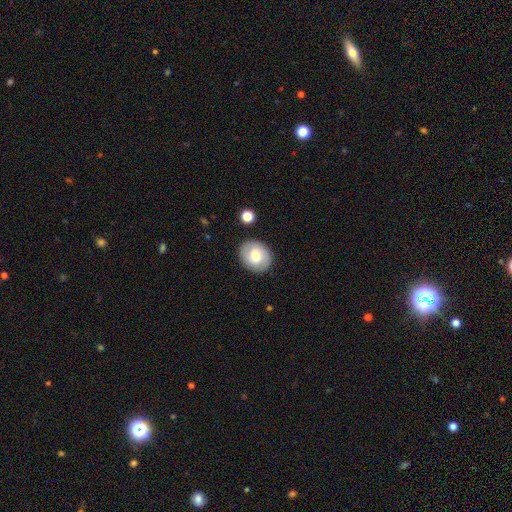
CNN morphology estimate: Overall: smooth (50%; featured or disk 43%). Merging: none (85%).